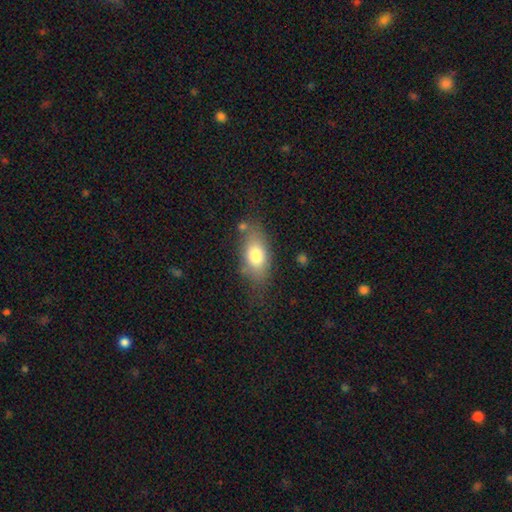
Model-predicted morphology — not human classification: Overall: smooth (75%). How rounded: in between (85%). Merging: none (63%).